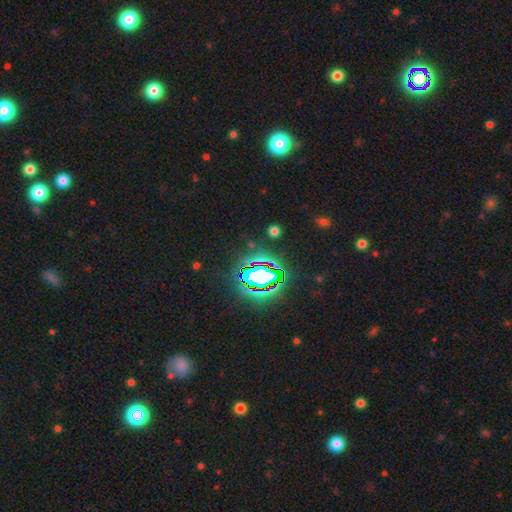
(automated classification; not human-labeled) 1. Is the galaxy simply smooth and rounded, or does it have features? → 78% star or artifact, 12% smooth, 10% featured or disk.